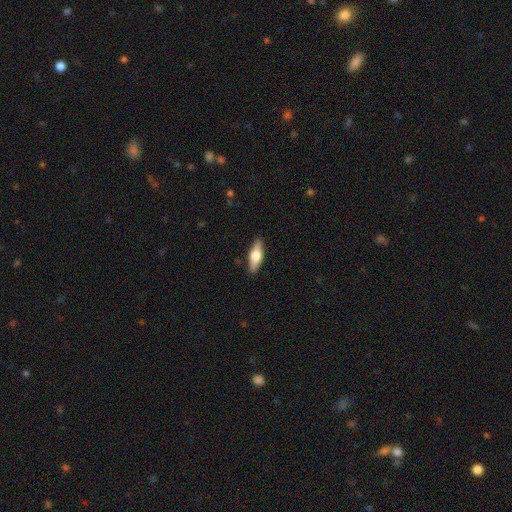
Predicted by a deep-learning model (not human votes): Morphology: type=smooth (50%); roundness=in between (50%); merging=none (89%).